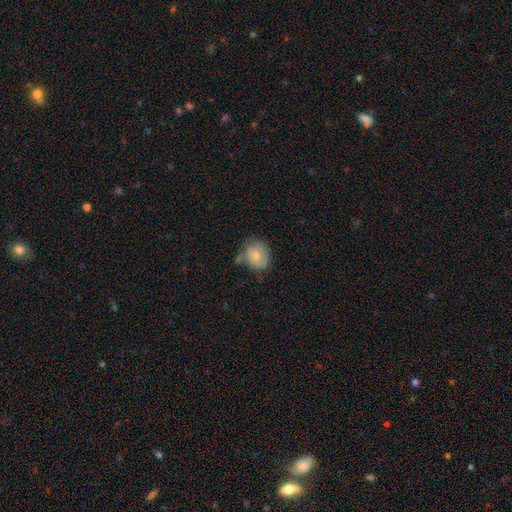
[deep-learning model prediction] Smooth or featured? Predicted: smooth (p=0.71). How rounded? Predicted: round (p=0.65). Merging? Predicted: none (p=0.49).